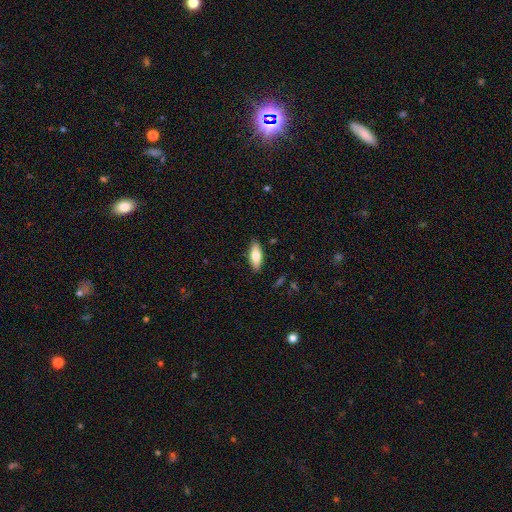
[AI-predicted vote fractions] This is likely a smooth galaxy (74%). How rounded: likely in between (74%). Merging: clearly none (87%).